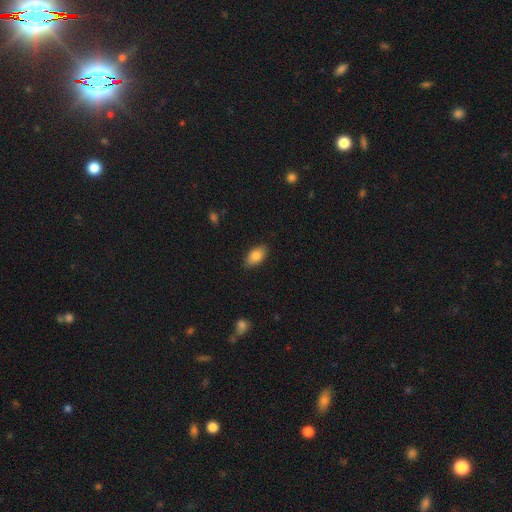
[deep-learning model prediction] This is clearly a smooth galaxy (85%). How rounded: clearly in between (93%). Merging: clearly none (87%).